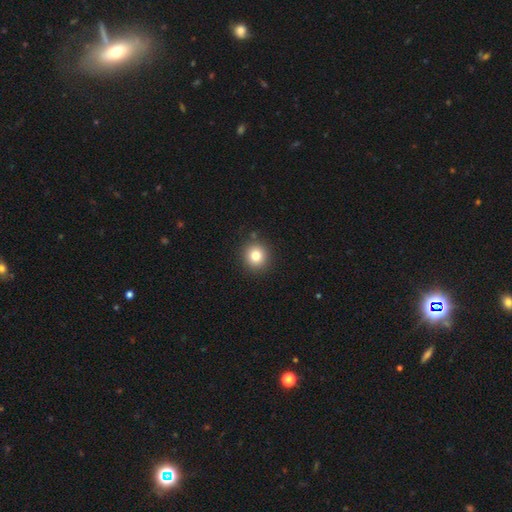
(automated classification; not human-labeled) smooth-or-featured: smooth: 80% | star or artifact: 12% | featured or disk: 9%
  how-rounded: round: 93% | in between: 6% | cigar-shaped: 1%
  merging: none: 89% | minor disturbance: 7% | major disturbance: 2% | merger: 2%